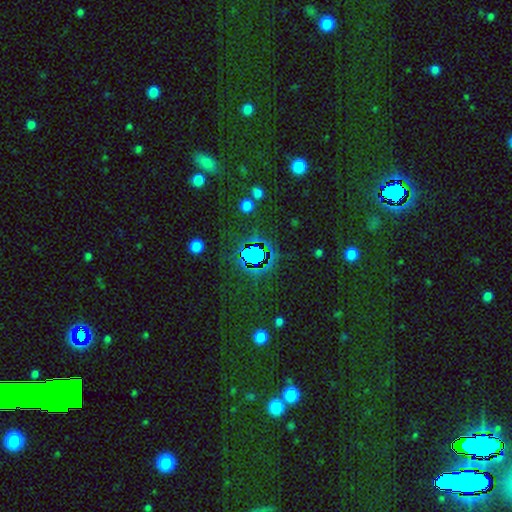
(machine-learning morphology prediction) Smooth or featured? Predicted: star or artifact (p=0.67).